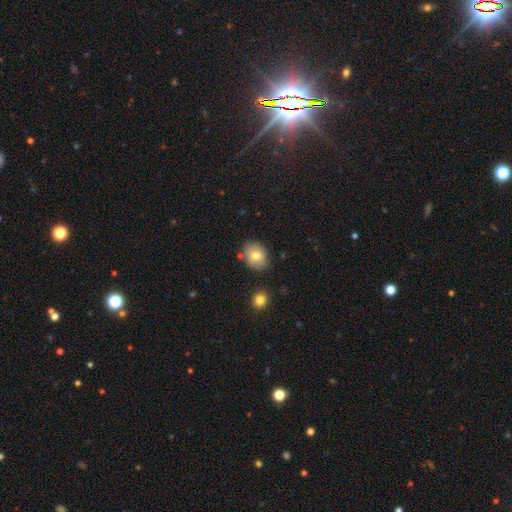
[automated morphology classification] Smooth or featured? smooth (75%)
How rounded? round (57%)
Merging? none (80%)